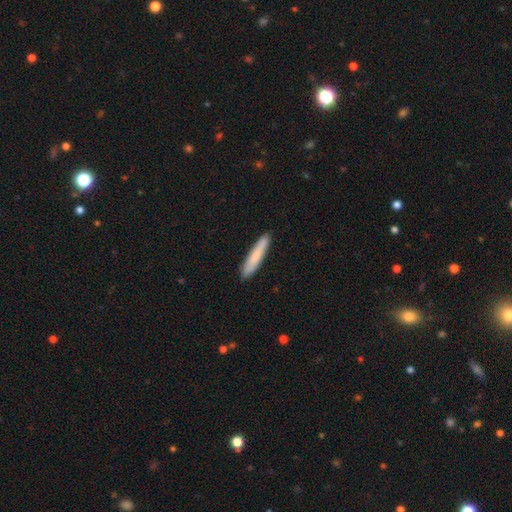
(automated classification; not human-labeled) Smooth or featured: smooth — 79% (featured or disk — 15%)
How rounded: cigar-shaped — 91% (in between — 8%)
Merging: none — 90% (minor disturbance — 7%)